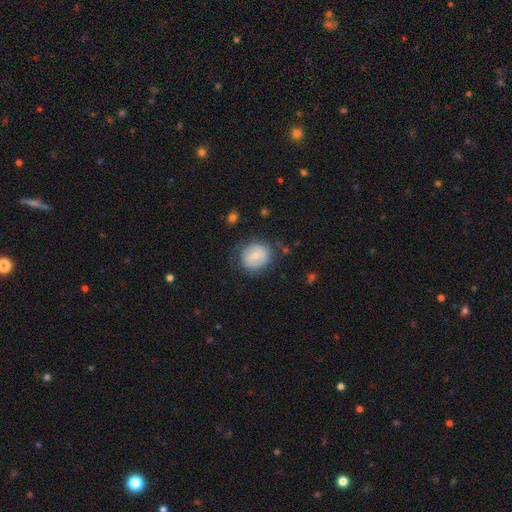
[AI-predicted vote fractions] smooth-or-featured: smooth: 65% | featured or disk: 28% | star or artifact: 7%
  how-rounded: round: 79% | in between: 20% | cigar-shaped: 1%
  merging: none: 71% | minor disturbance: 19% | major disturbance: 8% | merger: 2%